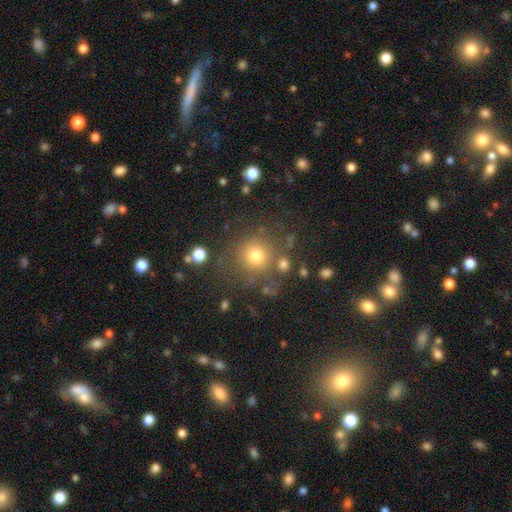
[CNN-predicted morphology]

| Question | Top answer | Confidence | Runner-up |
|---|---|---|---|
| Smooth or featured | smooth | 74% | star or artifact (16%) |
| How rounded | round | 92% | in between (8%) |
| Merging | none | 77% | minor disturbance (11%) |